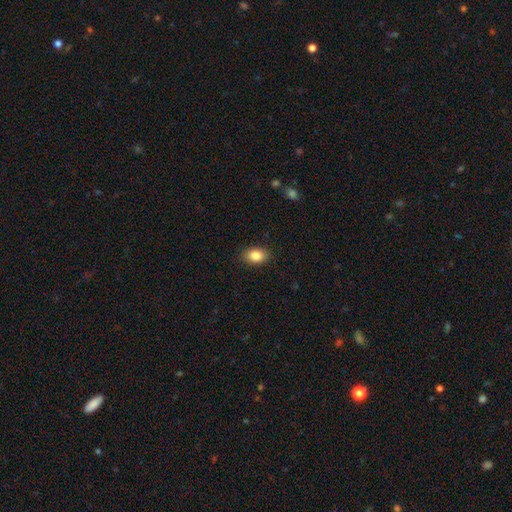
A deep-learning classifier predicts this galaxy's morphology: Overall: smooth (86%). How rounded: in between (83%). Merging: none (89%).